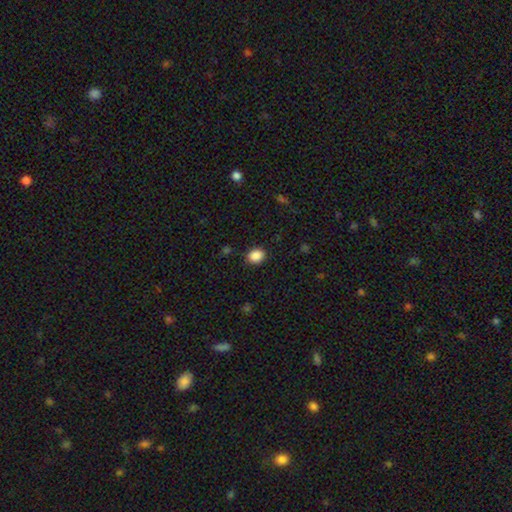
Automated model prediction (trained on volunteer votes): Overall: smooth (87%). How rounded: round (60%; in between 39%). Merging: none (88%).